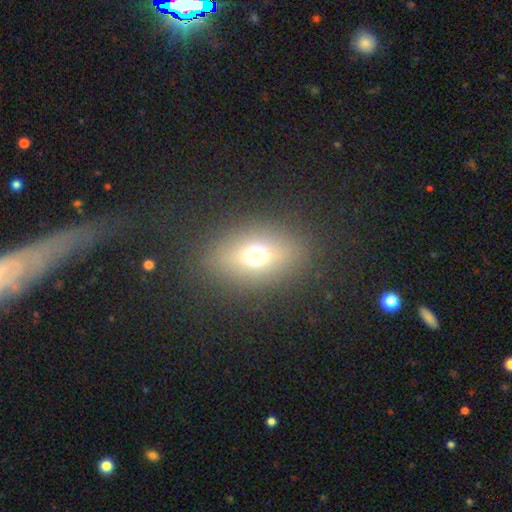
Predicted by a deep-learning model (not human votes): A smooth galaxy with no disk features (63%) that is in between round and cigar-shaped (66%).

Vote fractions:
- Smooth or featured? smooth: 63% / star or artifact: 19% / featured or disk: 18%
- How rounded? in between: 66% / round: 31% / cigar-shaped: 3%
- Merging? none: 83% / minor disturbance: 9% / major disturbance: 6% / merger: 1%